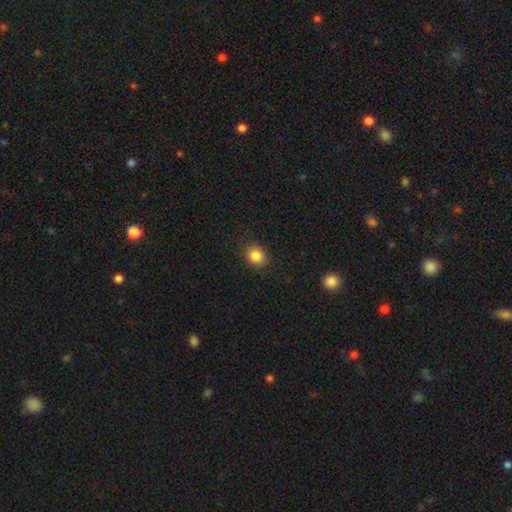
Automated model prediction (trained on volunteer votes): Smooth or featured? smooth (85%)
How rounded? round (61%)
Merging? none (85%)